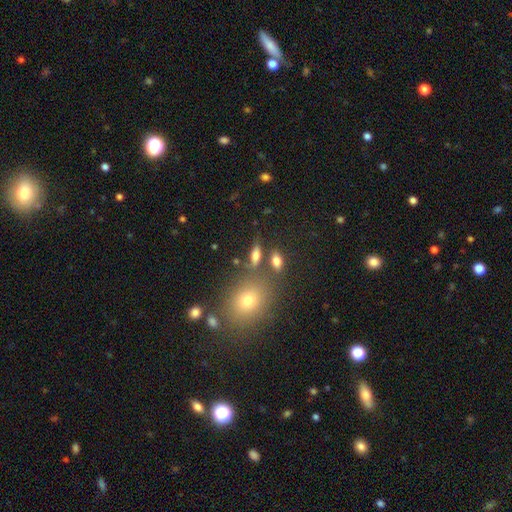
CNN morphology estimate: A smooth galaxy with no disk features (69%) that is in between round and cigar-shaped (69%).

Vote fractions:
- Smooth or featured? smooth: 69% / featured or disk: 19% / star or artifact: 12%
- How rounded? in between: 69% / cigar-shaped: 22% / round: 10%
- Merging? none: 68% / merger: 13% / minor disturbance: 13% / major disturbance: 6%